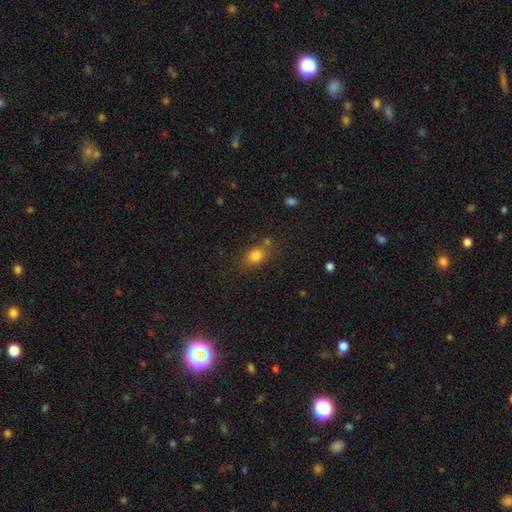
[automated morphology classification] smooth 81%, star or artifact 12%, featured or disk 7%. Down the decision tree: how rounded — in between (62%); merging — none (68%).